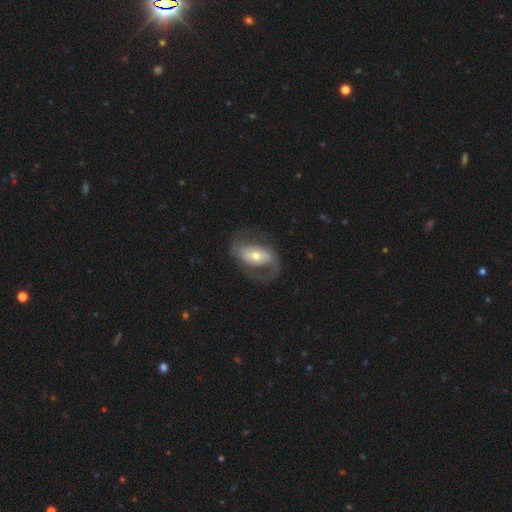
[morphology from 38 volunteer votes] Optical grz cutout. It shows a featured or disk galaxy (92%) with a weak bar (37%), 2 (96%) medium (56%) spiral arms (77%) and a moderate central bulge (60%). Merging: none (76%).